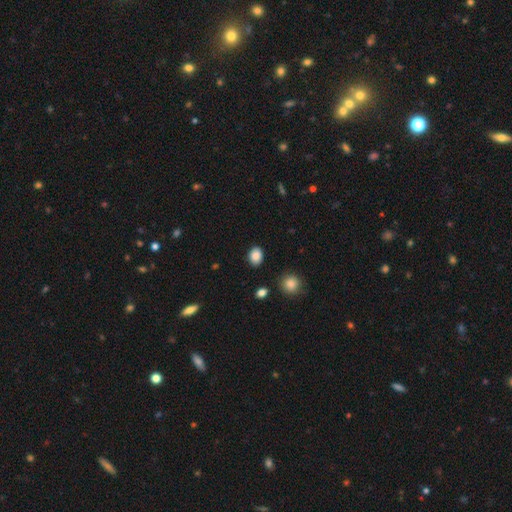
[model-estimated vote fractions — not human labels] Q: Smooth or featured?
A: smooth (87%); runner-up: star or artifact (9%)
Q: How rounded?
A: in between (59%); runner-up: round (40%)
Q: Merging?
A: none (87%); runner-up: minor disturbance (9%)